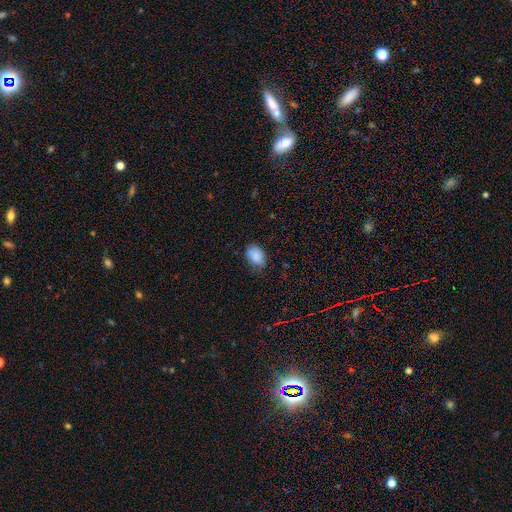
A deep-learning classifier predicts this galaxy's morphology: This appears to be a smooth galaxy with no disk features (86%) that is in between round and cigar-shaped (86%). Merging: none (68%).